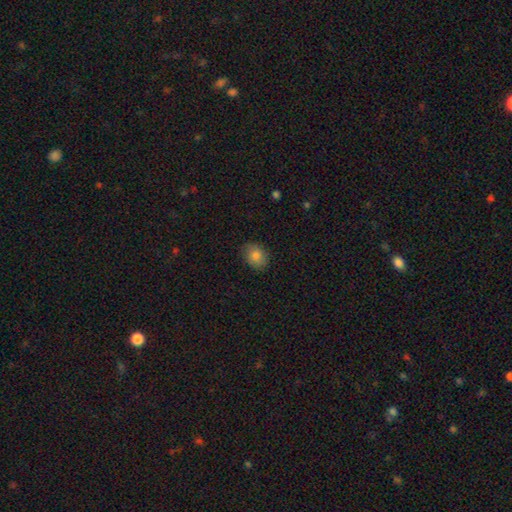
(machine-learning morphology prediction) Overall: smooth (83%). How rounded: round (50%; in between 49%). Merging: none (83%).